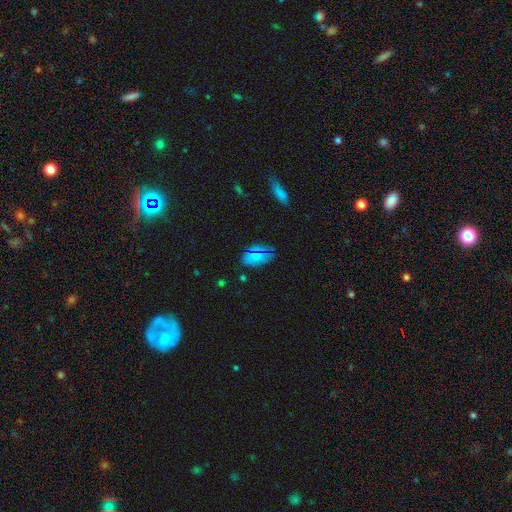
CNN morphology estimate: Smooth or featured? smooth (67%)
How rounded? in between (92%)
Merging? none (71%)